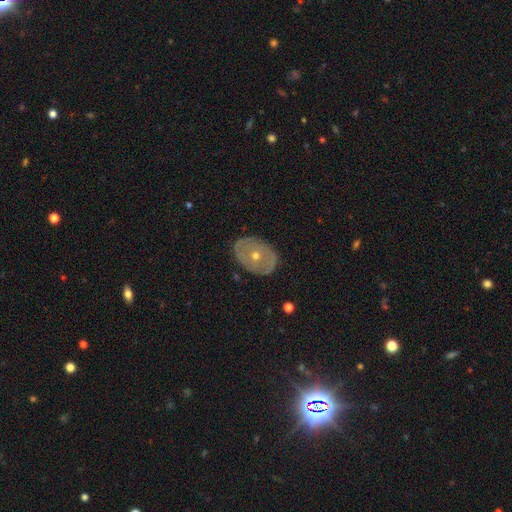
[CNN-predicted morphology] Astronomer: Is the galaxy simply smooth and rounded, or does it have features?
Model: featured or disk — 63%.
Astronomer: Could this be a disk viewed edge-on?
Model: no — 92%.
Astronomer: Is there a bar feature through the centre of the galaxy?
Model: no — 89%.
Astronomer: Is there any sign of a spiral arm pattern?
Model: no — 73%.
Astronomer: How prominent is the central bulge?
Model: moderate — 49% (runner-up: small, 48%).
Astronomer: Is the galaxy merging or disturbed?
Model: none — 82%.